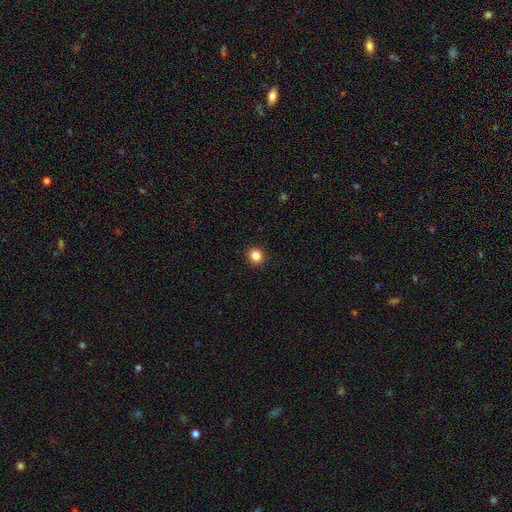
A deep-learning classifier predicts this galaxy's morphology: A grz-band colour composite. It shows a smooth galaxy with no disk features (85%) that is round (80%). Merging: none (92%).